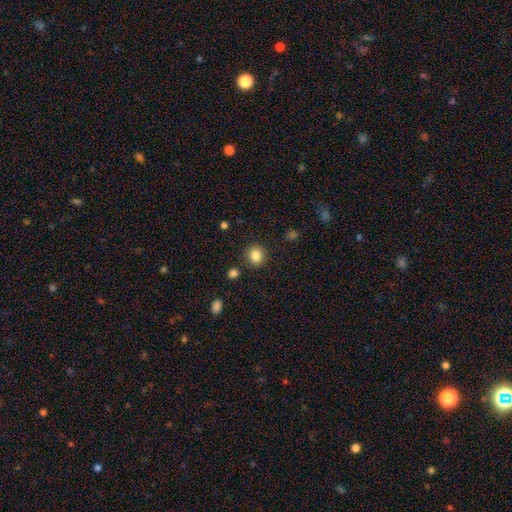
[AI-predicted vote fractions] smooth_or_featured: smooth (p=0.84) [alt: star or artifact p=0.11]
how_rounded: round (p=0.86) [alt: in between p=0.13]
merging: none (p=0.89) [alt: minor disturbance p=0.07]